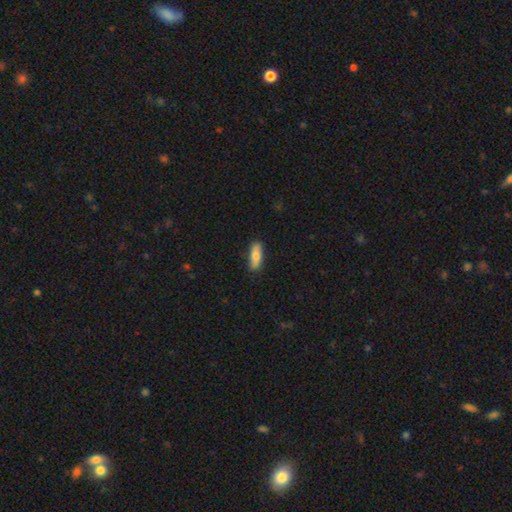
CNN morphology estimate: A smooth galaxy with no disk features (77%) that is in between round and cigar-shaped (55%).

Vote fractions:
- Smooth or featured? smooth: 77% / featured or disk: 17% / star or artifact: 6%
- How rounded? in between: 55% / cigar-shaped: 43% / round: 2%
- Merging? none: 83% / minor disturbance: 13% / major disturbance: 2% / merger: 1%